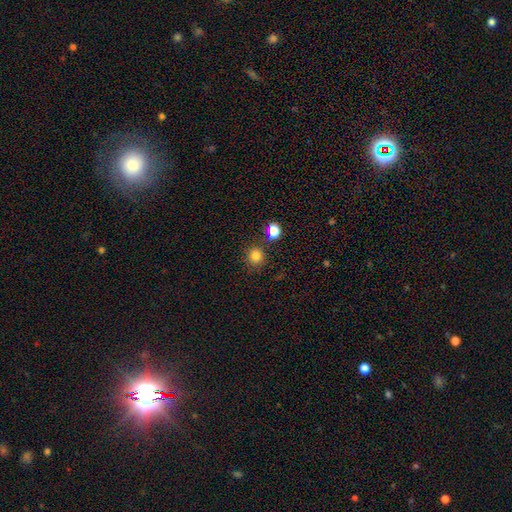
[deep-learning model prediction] smooth-or-featured: smooth: 80% | star or artifact: 15% | featured or disk: 5%
  how-rounded: round: 92% | in between: 7% | cigar-shaped: 1%
  merging: none: 82% | minor disturbance: 8% | merger: 7% | major disturbance: 3%